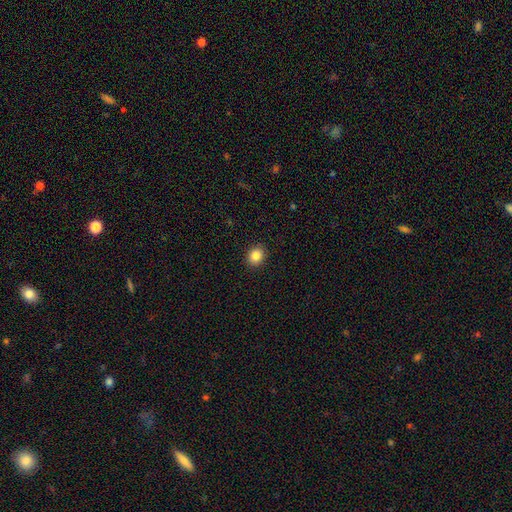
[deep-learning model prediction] This appears to be a smooth galaxy with no disk features (85%) that is round (68%). Merging: none (91%).